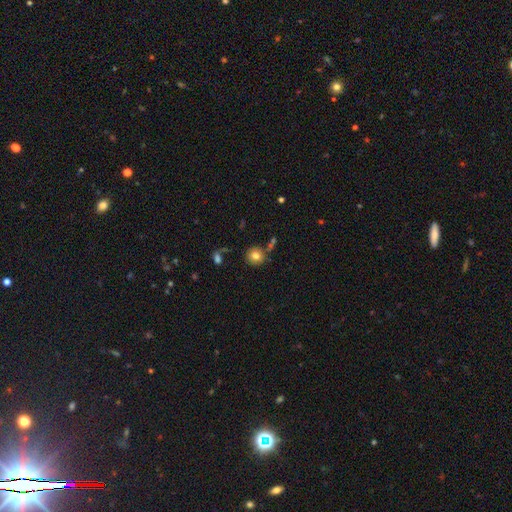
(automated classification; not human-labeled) smooth_or_featured: smooth (p=0.79) [alt: star or artifact p=0.11]
how_rounded: round (p=0.89) [alt: in between p=0.10]
merging: none (p=0.75) [alt: minor disturbance p=0.12]